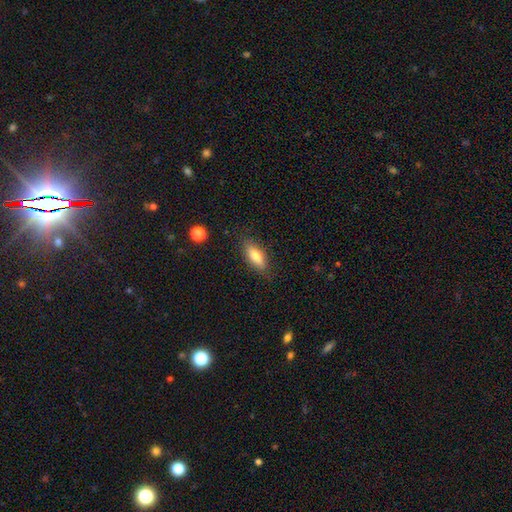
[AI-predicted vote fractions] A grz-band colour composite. It shows a smooth galaxy with no disk features (73%) that is in between round and cigar-shaped (67%). Merging: none (83%).